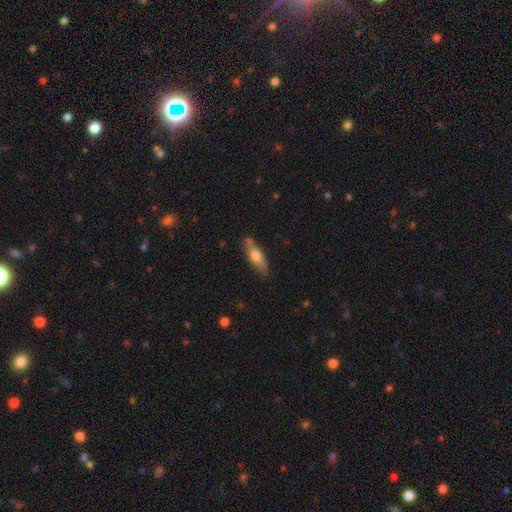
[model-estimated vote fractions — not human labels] Smooth or featured?
  - smooth: 60% *
  - featured or disk: 34%
  - star or artifact: 6%
How rounded?
  - cigar-shaped: 58% *
  - in between: 40%
  - round: 2%
Merging?
  - none: 79% *
  - minor disturbance: 15%
  - merger: 3%
  - major disturbance: 3%